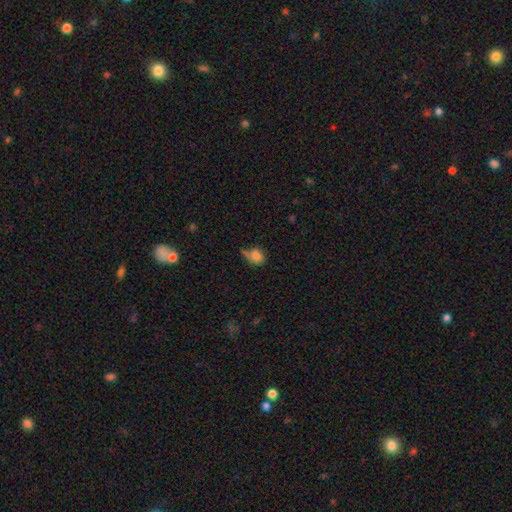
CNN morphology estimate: smooth_or_featured: smooth (p=0.78) [alt: star or artifact p=0.12]
how_rounded: in between (p=0.55) [alt: round p=0.43]
merging: none (p=0.40) [alt: minor disturbance p=0.32]